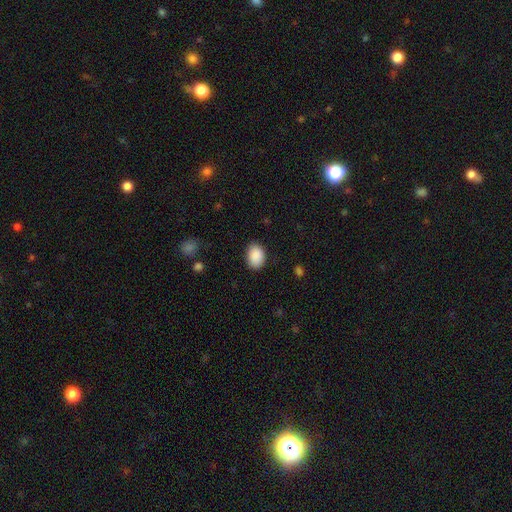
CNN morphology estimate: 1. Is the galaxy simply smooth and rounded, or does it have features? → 90% smooth, 7% star or artifact, 3% featured or disk.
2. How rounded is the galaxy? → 77% in between, 22% round, 1% cigar-shaped.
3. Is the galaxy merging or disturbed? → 86% none, 11% minor disturbance, 3% major disturbance, 1% merger.